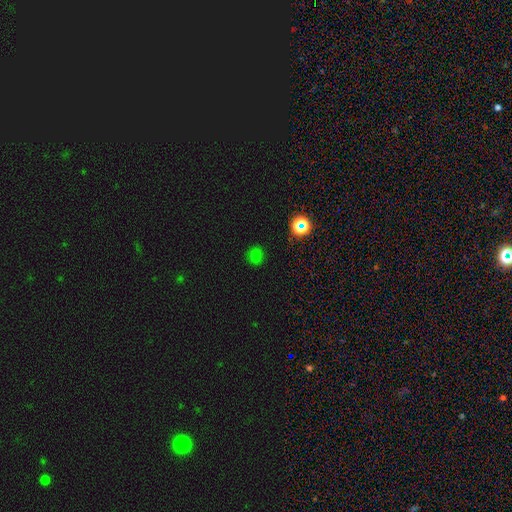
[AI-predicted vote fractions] Smooth or featured?
  - smooth: 68% *
  - star or artifact: 27%
  - featured or disk: 5%
How rounded?
  - round: 81% *
  - in between: 18%
  - cigar-shaped: 1%
Merging?
  - none: 85% *
  - minor disturbance: 10%
  - major disturbance: 3%
  - merger: 2%